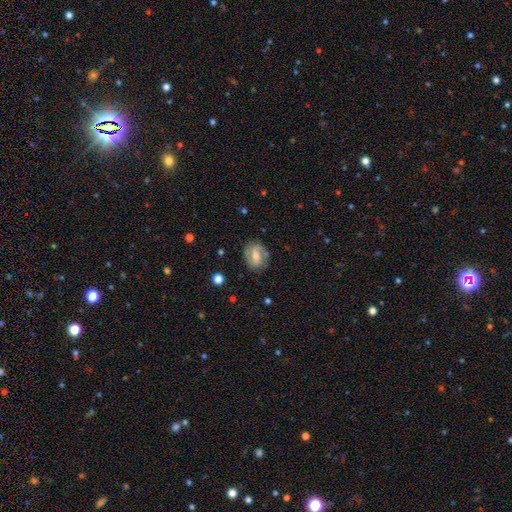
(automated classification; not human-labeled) This is possibly a featured or disk galaxy (59%). It is clearly not viewed edge-on (96%). Bar: possibly weak (47%). Spiral arm pattern: clearly yes (81%). Central bulge: possibly moderate (52%). Merging: likely none (75%).